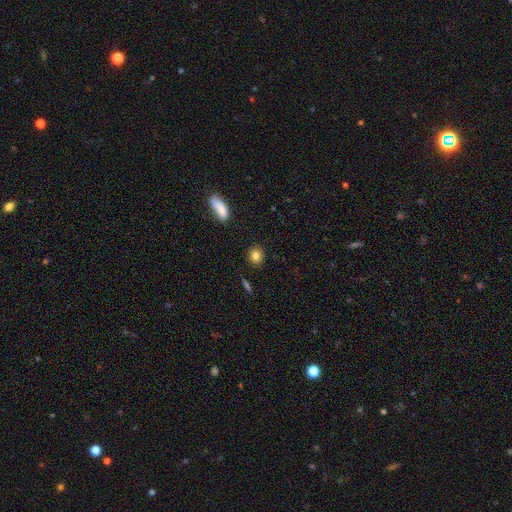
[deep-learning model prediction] A smooth galaxy with no disk features (83%) that is round (75%). Merging: none (88%).